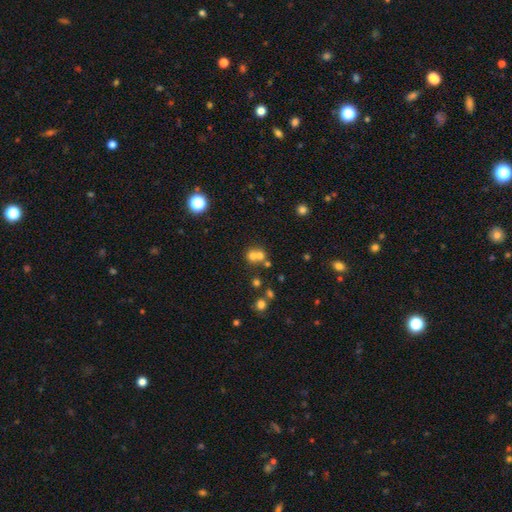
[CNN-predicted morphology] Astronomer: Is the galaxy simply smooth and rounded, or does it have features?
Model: smooth — 64%.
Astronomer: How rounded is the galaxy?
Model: round — 82%.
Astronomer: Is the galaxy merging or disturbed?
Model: merger — 54% (runner-up: none, 37%).